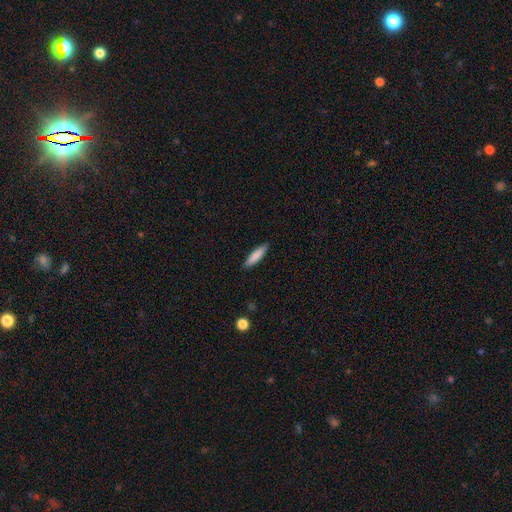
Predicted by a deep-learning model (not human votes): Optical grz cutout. It shows a smooth galaxy with no disk features (83%) that is cigar-shaped (79%). Merging: none (88%).